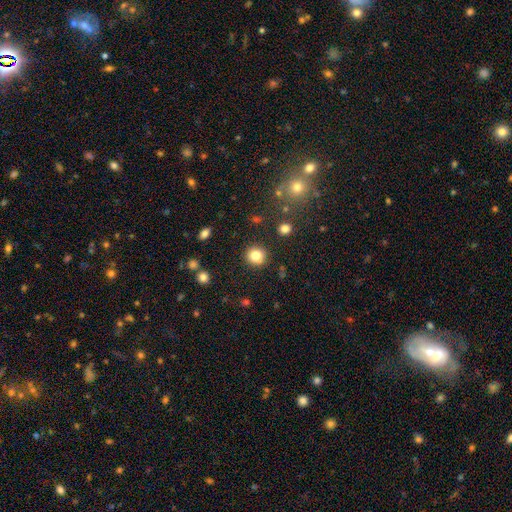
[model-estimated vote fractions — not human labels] Morphology: type=smooth (82%); roundness=round (88%); merging=none (88%).